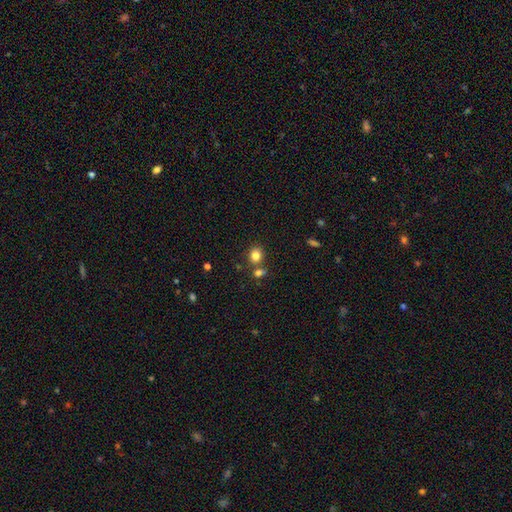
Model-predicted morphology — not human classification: Smooth or featured? smooth (82%)
How rounded? round (68%)
Merging? none (68%)